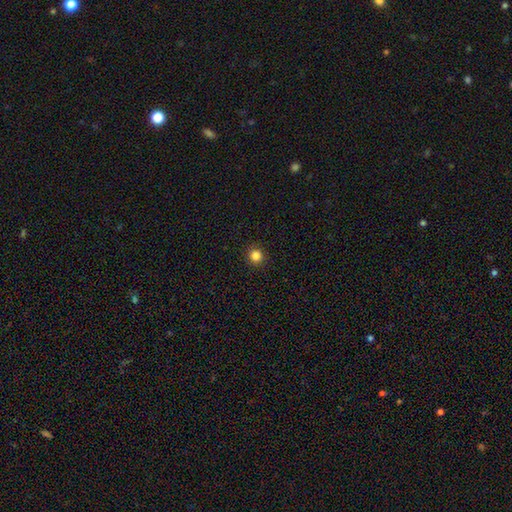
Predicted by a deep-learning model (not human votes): smooth-or-featured: smooth: 83% | star or artifact: 13% | featured or disk: 4%
  how-rounded: round: 94% | in between: 5% | cigar-shaped: 1%
  merging: none: 93% | minor disturbance: 5% | major disturbance: 2% | merger: 1%